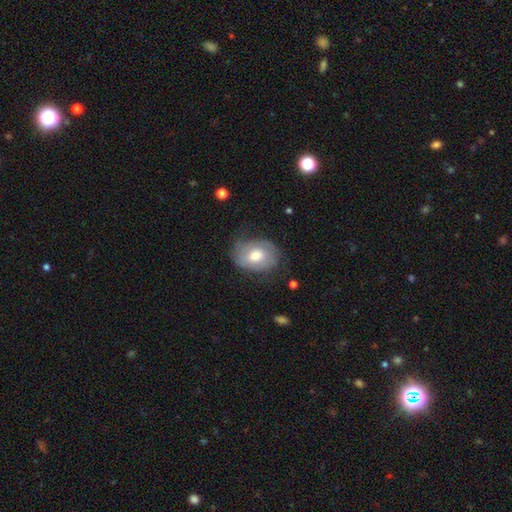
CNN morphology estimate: This appears to be a smooth galaxy with no disk features (50%) that is in between round and cigar-shaped (60%). Merging: none (61%).